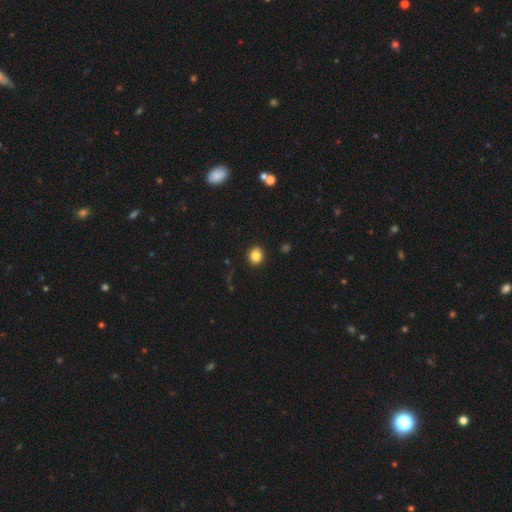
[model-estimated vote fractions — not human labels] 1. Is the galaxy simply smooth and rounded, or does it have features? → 84% smooth, 10% star or artifact, 5% featured or disk.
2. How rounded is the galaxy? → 75% round, 25% in between, 1% cigar-shaped.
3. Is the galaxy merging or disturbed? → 90% none, 7% minor disturbance, 2% major disturbance, 1% merger.